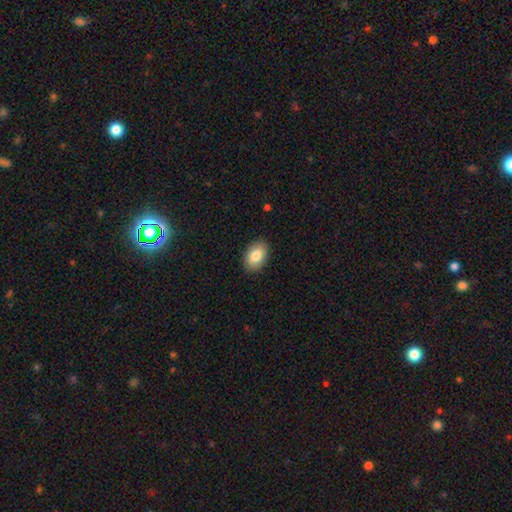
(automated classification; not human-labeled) Overall: smooth (84%). How rounded: in between (88%). Merging: none (88%).